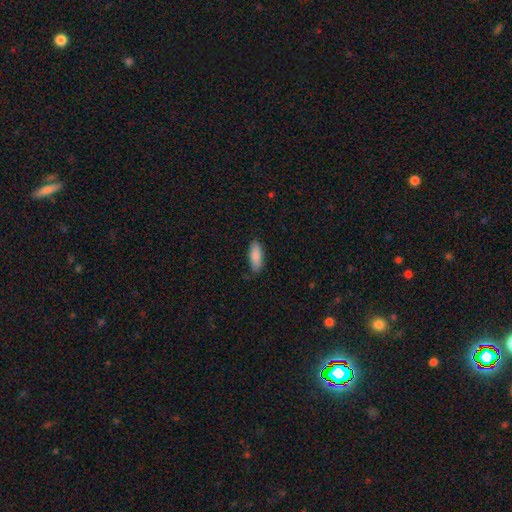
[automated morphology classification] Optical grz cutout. It shows a smooth galaxy with no disk features (87%) that is in between round and cigar-shaped (71%). Merging: none (82%).